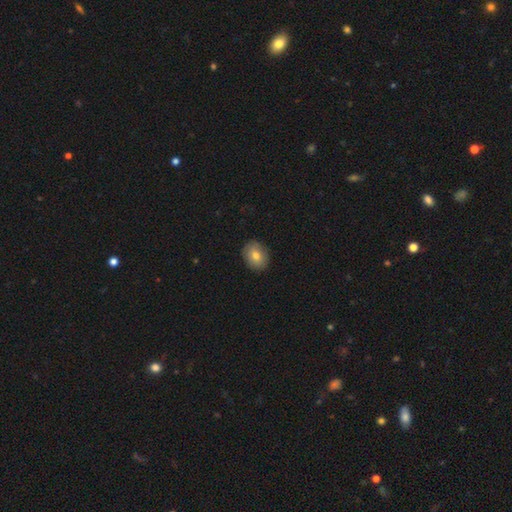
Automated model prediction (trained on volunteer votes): smooth_or_featured: smooth (p=0.78) [alt: featured or disk p=0.14]
how_rounded: round (p=0.51) [alt: in between p=0.48]
merging: none (p=0.88) [alt: minor disturbance p=0.09]